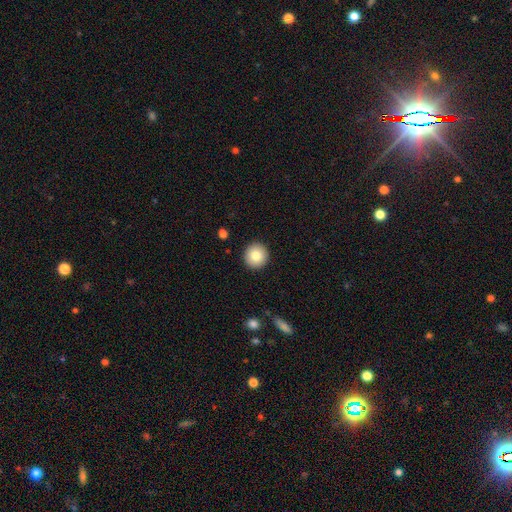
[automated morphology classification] This appears to be a smooth galaxy with no disk features (81%) that is round (94%). Merging: none (93%).